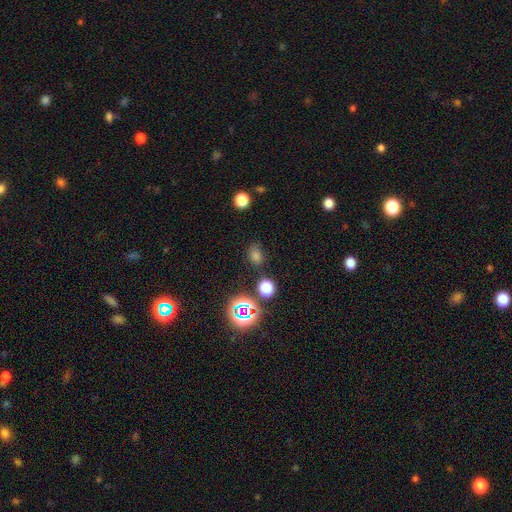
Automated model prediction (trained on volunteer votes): smooth 66%, star or artifact 27%, featured or disk 7%. Down the decision tree: how rounded — in between (52%); merging — none (72%).